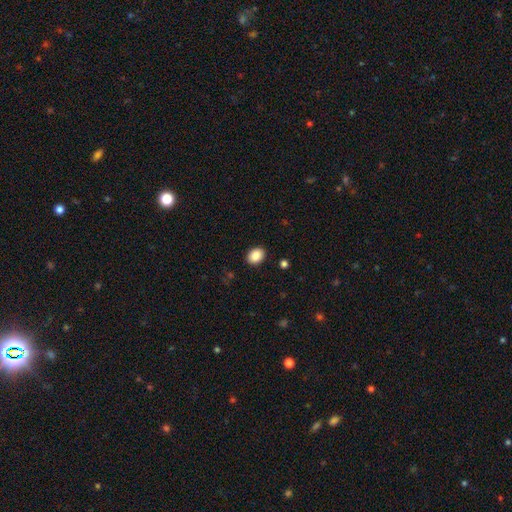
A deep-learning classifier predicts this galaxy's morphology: A smooth galaxy with no disk features (89%) that is in between round and cigar-shaped (60%). Merging: none (90%).